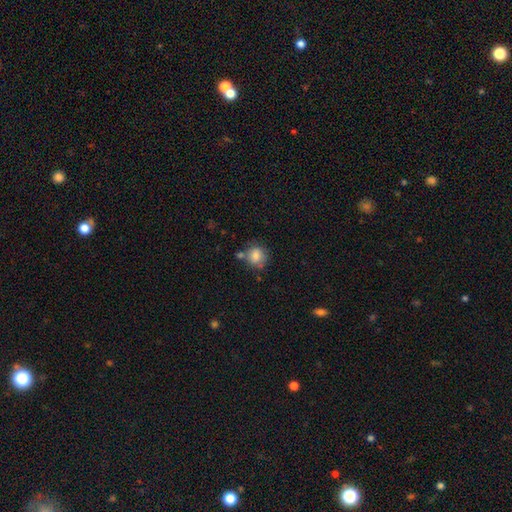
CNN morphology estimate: type=smooth (82%); roundness=round (81%); merging=none (62%).